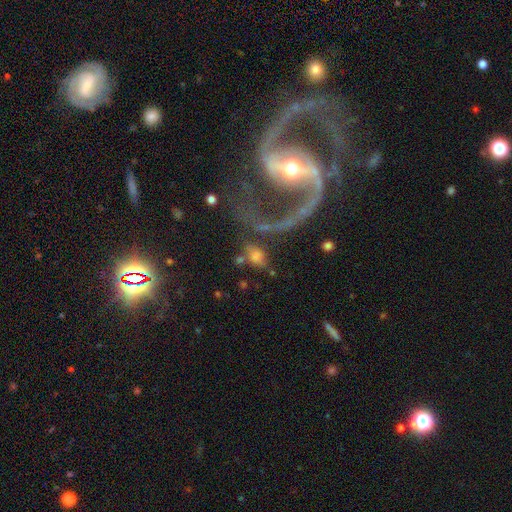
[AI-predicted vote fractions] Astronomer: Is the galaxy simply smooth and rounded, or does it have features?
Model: featured or disk — 44% (runner-up: smooth, 42%).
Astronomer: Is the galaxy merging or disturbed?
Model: none — 46% (runner-up: major disturbance, 22%).